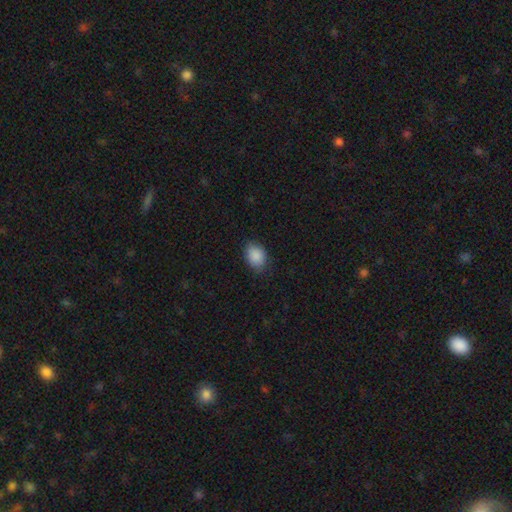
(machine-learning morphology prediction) smooth_or_featured: smooth (p=0.89) [alt: star or artifact p=0.07]
how_rounded: in between (p=0.71) [alt: round p=0.28]
merging: none (p=0.81) [alt: minor disturbance p=0.15]